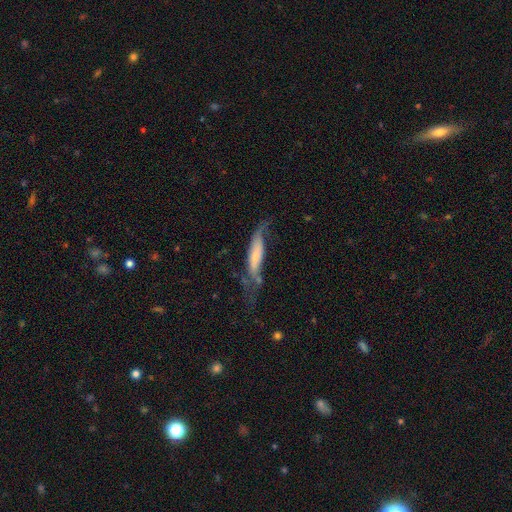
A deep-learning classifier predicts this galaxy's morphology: Overall: featured or disk (51%; smooth 42%). Edge-on disk: no (56%; yes 44%). Merging: none (35%; major disturbance 33%).